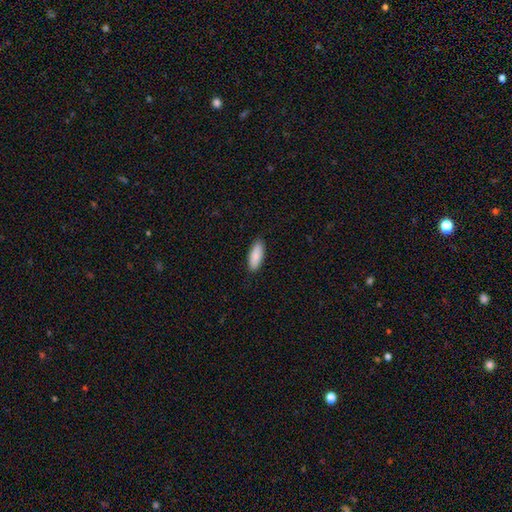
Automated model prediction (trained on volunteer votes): Smooth or featured? smooth (88%)
How rounded? in between (73%)
Merging? none (88%)